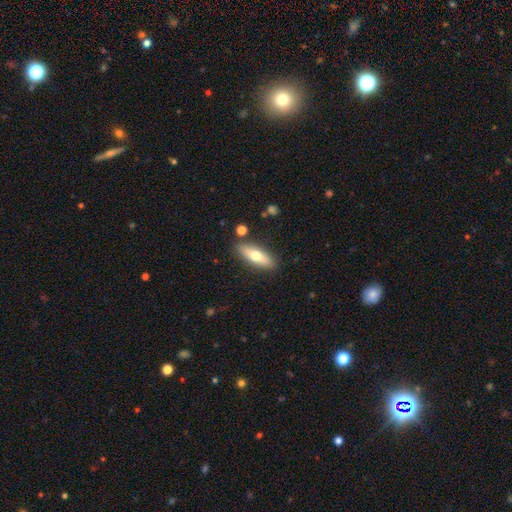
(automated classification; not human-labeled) A smooth galaxy with no disk features (59%) that is in between round and cigar-shaped (51%).

Vote fractions:
- Smooth or featured? smooth: 59% / featured or disk: 35% / star or artifact: 6%
- How rounded? in between: 51% / cigar-shaped: 46% / round: 3%
- Merging? none: 85% / minor disturbance: 9% / merger: 3% / major disturbance: 2%